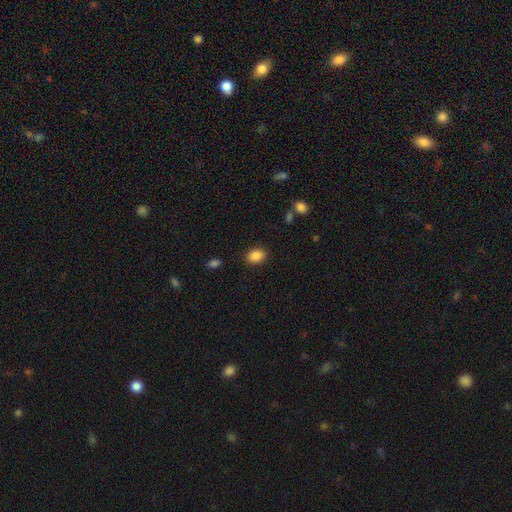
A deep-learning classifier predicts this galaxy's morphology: Smooth or featured?
  - smooth: 87% *
  - star or artifact: 9%
  - featured or disk: 4%
How rounded?
  - in between: 70% *
  - round: 29%
  - cigar-shaped: 1%
Merging?
  - none: 87% *
  - minor disturbance: 9%
  - major disturbance: 3%
  - merger: 1%